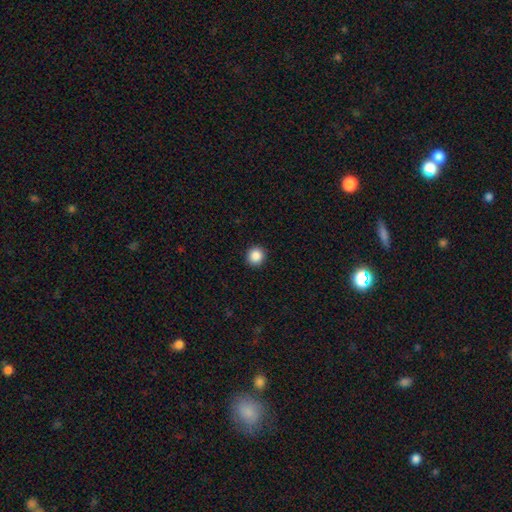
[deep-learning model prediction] Smooth or featured?
  - smooth: 88% *
  - star or artifact: 9%
  - featured or disk: 3%
How rounded?
  - round: 92% *
  - in between: 7%
  - cigar-shaped: 1%
Merging?
  - none: 93% *
  - minor disturbance: 5%
  - major disturbance: 2%
  - merger: 1%